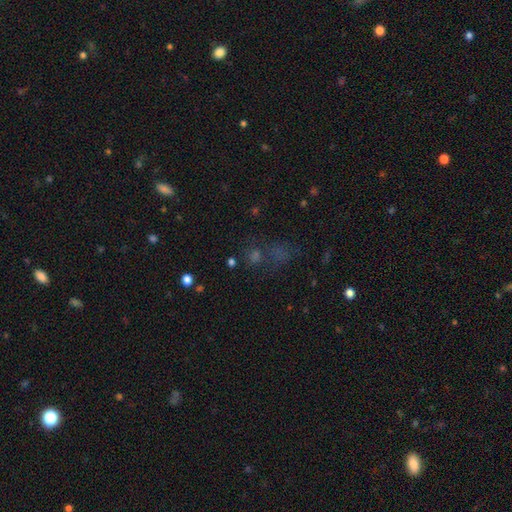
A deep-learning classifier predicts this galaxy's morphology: This is possibly a star or artifact rather than a galaxy (51%).